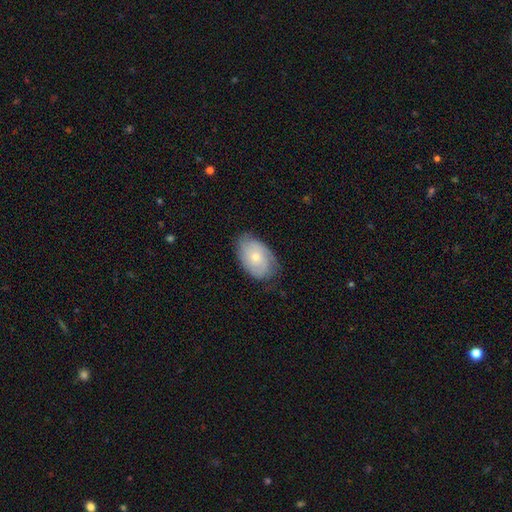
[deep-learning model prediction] A smooth galaxy with no disk features (48%). Merging: none (72%).